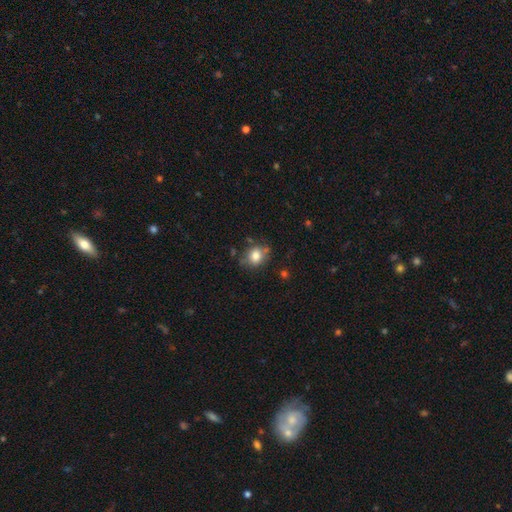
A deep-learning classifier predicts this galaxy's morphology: type=smooth (80%); roundness=round (66%); merging=none (70%).